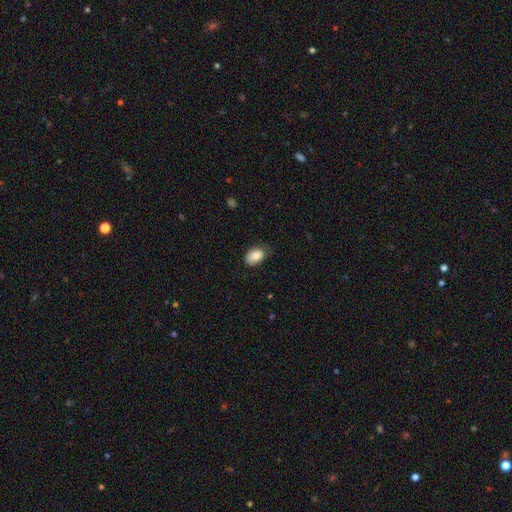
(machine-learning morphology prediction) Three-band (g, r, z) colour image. It shows a smooth galaxy with no disk features (85%) that is in between round and cigar-shaped (87%). Merging: none (67%).